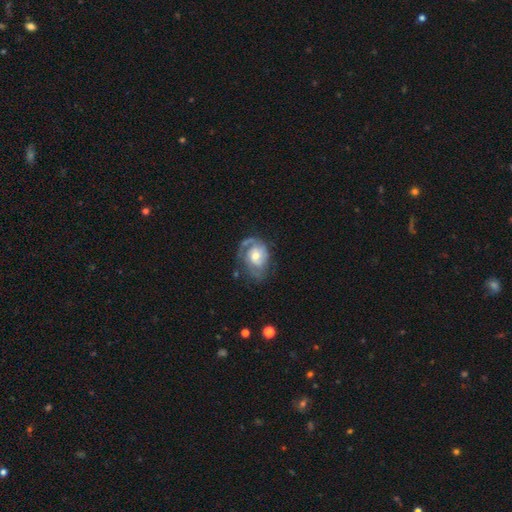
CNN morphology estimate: A featured or disk galaxy (73%) with no bar (69%), 2 (39%) tight (49%) spiral arms (86%) and a moderate central bulge (60%).

Vote fractions:
- Smooth or featured? featured or disk: 73% / smooth: 21% / star or artifact: 6%
- Edge-on disk? no: 97% / yes: 3%
- Bar? no: 69% / weak: 26% / strong: 4%
- Spiral arms? yes: 86% / no: 14%
- Spiral winding? tight: 49% / medium: 36% / loose: 16%
- Spiral arm count? 2: 39% / 1: 30% / can't tell: 21% / 3: 6% / 4: 2% / more than 4: 2%
- Bulge size? moderate: 60% / small: 26% / large: 10% / none: 2% / dominant: 1%
- Merging? none: 53% / minor disturbance: 24% / major disturbance: 20% / merger: 3%